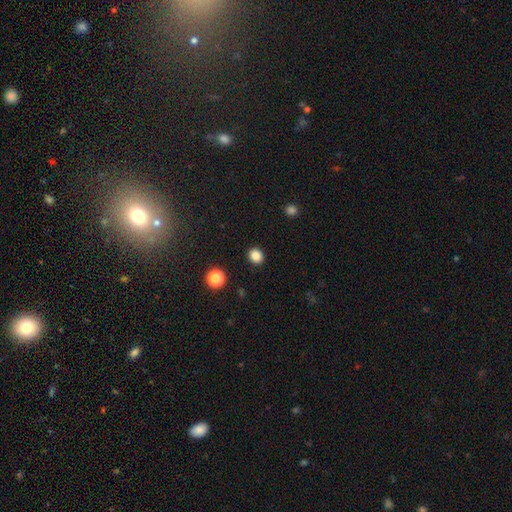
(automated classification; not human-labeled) Overall: smooth (86%). How rounded: round (73%). Merging: none (91%).